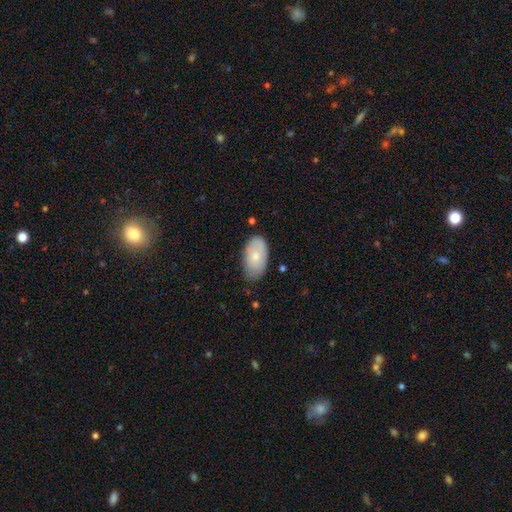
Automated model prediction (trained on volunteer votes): Smooth or featured: smooth — 70% (featured or disk — 23%)
How rounded: in between — 94% (round — 5%)
Merging: none — 68% (minor disturbance — 26%)